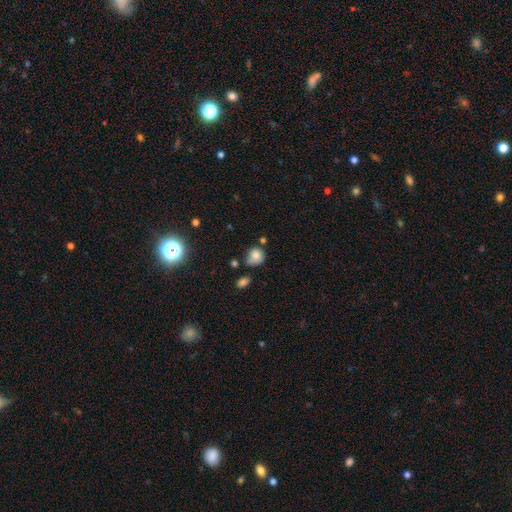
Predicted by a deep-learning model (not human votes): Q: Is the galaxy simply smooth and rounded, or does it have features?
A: smooth — 78%.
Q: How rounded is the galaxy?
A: round — 75%.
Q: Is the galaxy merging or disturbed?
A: none — 45%.